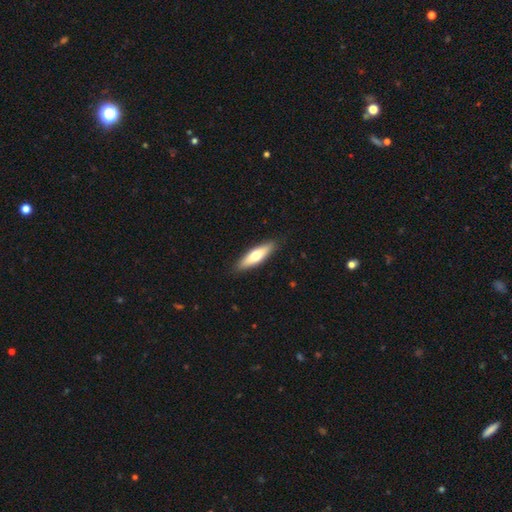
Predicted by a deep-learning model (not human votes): Morphology: type=smooth (62%); roundness=cigar-shaped (62%); merging=none (88%).